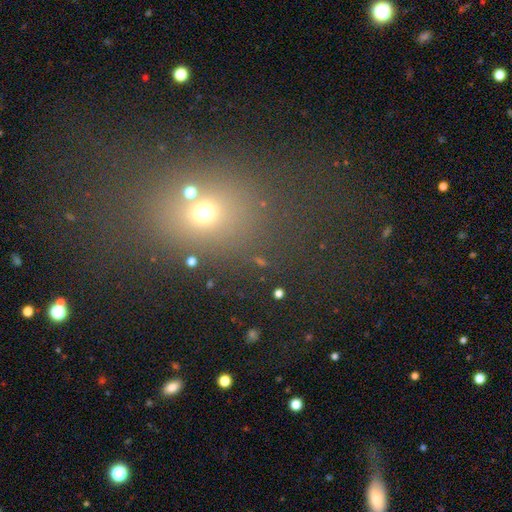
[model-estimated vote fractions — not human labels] Overall: smooth (50%; star or artifact 36%). Merging: none (67%).